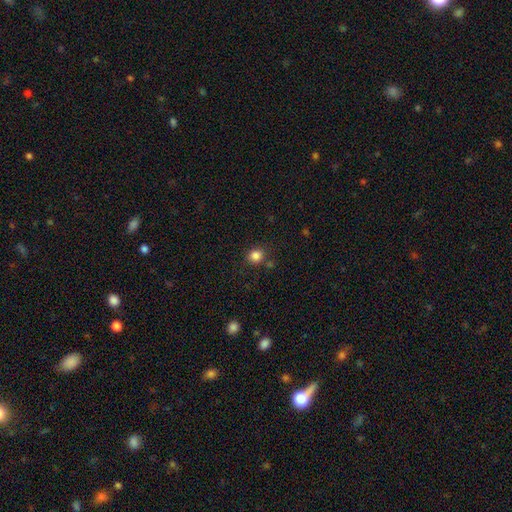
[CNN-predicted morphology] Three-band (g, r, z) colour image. It shows a smooth galaxy with no disk features (83%) that is round (82%). Merging: none (79%).